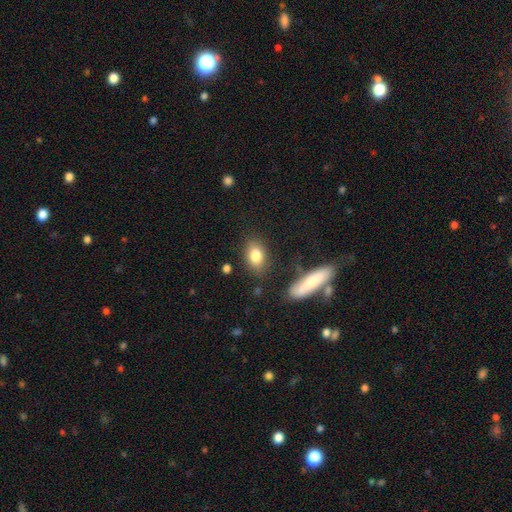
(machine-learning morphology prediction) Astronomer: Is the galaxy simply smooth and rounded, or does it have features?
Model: smooth — 81%.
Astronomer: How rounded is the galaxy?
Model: in between — 83%.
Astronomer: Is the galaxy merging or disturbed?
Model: none — 80%.